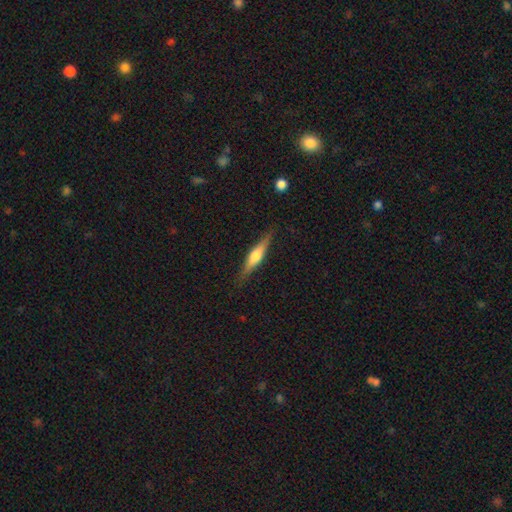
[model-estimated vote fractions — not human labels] Smooth or featured? featured or disk (54%)
Edge-on disk? yes (95%)
Edge-on bulge? rounded (85%)
Merging? none (86%)